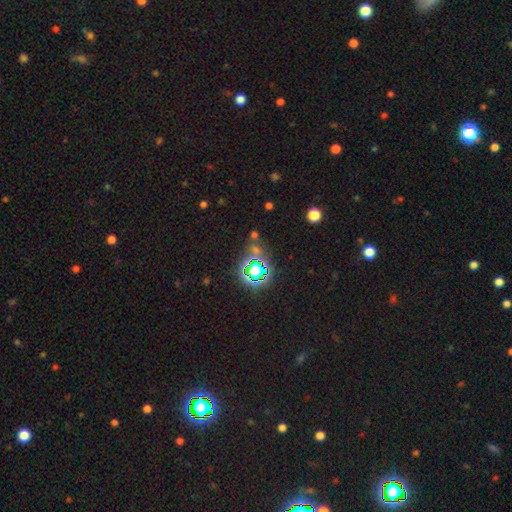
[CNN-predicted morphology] A star or artifact, not a galaxy (79%).

Vote fractions:
- Smooth or featured? star or artifact: 79% / smooth: 13% / featured or disk: 8%